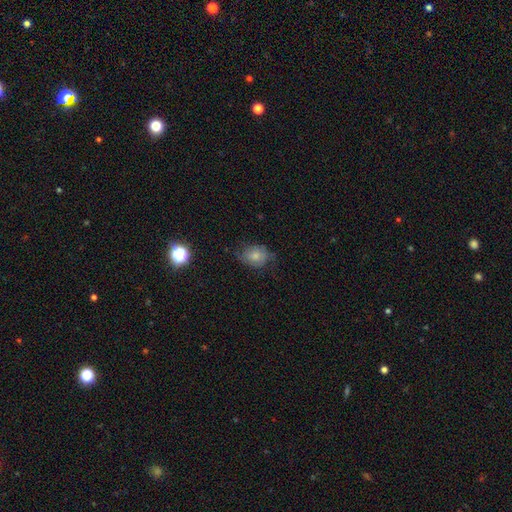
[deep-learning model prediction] smooth 63%, featured or disk 27%, star or artifact 10%. Down the decision tree: how rounded — in between (55%); merging — none (55%).